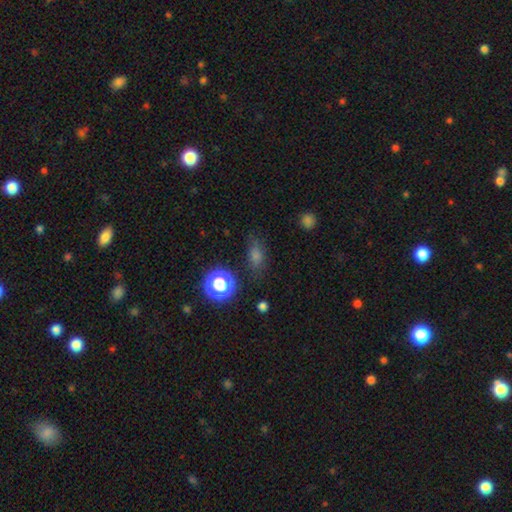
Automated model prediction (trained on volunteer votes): This appears to be a smooth galaxy with no disk features (63%) that is in between round and cigar-shaped (63%). Merging: none (77%).